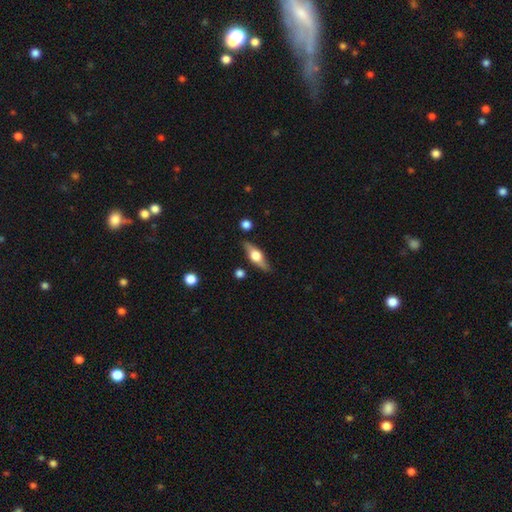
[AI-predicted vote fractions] Smooth or featured? Predicted: featured or disk (p=0.61). Edge-on disk? Predicted: yes (p=0.92). Edge-on bulge? Predicted: rounded (p=0.93). Merging? Predicted: none (p=0.84).